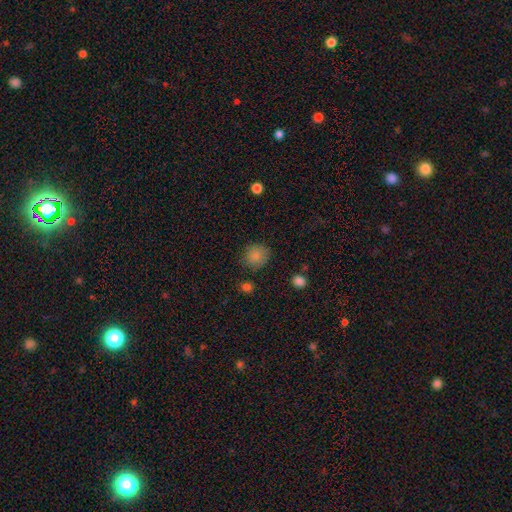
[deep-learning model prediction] Smooth or featured? smooth (85%)
How rounded? round (87%)
Merging? none (80%)